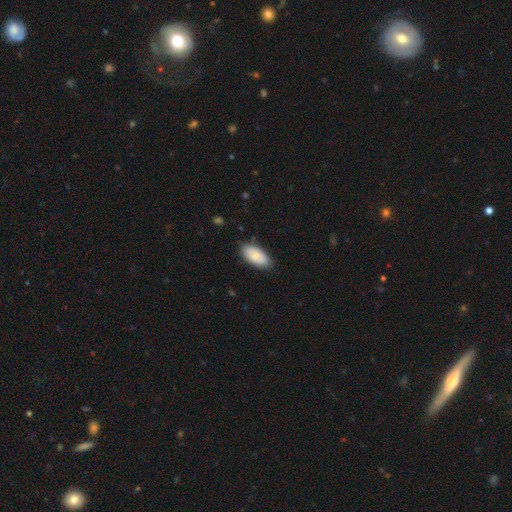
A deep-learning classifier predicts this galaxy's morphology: Smooth or featured?
  - smooth: 78% *
  - featured or disk: 16%
  - star or artifact: 6%
How rounded?
  - in between: 94% *
  - cigar-shaped: 4%
  - round: 2%
Merging?
  - none: 81% *
  - minor disturbance: 15%
  - major disturbance: 3%
  - merger: 1%